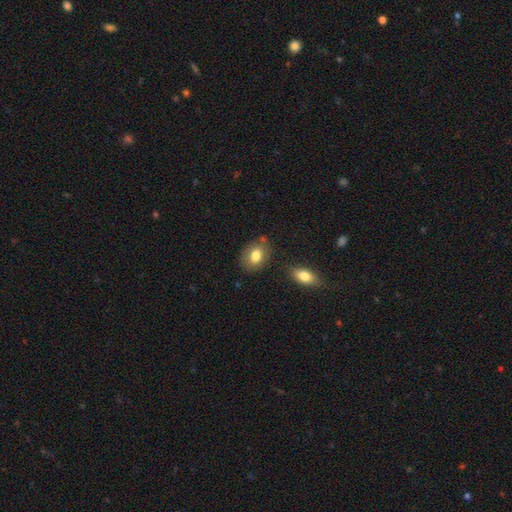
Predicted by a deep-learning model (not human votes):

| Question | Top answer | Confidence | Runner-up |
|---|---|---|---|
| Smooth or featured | smooth | 78% | featured or disk (15%) |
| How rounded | in between | 75% | round (24%) |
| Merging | none | 74% | minor disturbance (16%) |